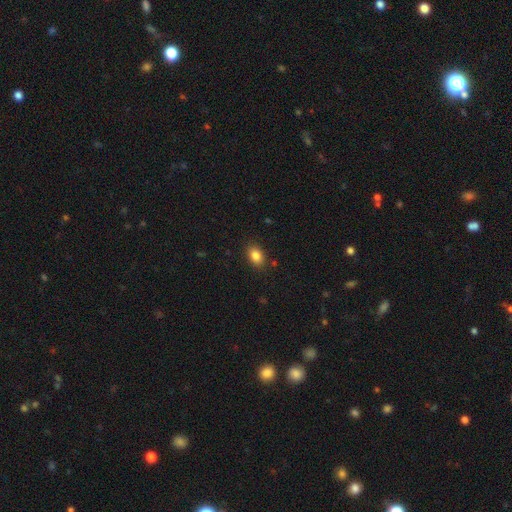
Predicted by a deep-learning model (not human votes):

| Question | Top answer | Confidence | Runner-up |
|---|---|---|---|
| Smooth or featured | smooth | 85% | star or artifact (9%) |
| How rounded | in between | 83% | round (16%) |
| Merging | none | 87% | minor disturbance (9%) |